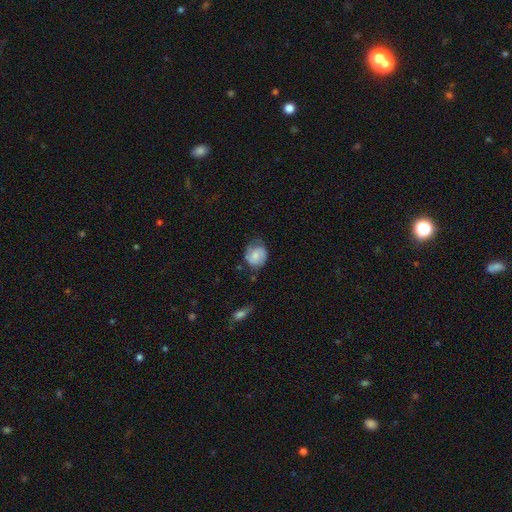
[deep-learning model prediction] This appears to be a smooth galaxy with no disk features (53%) that is round (62%). Merging: none (52%).